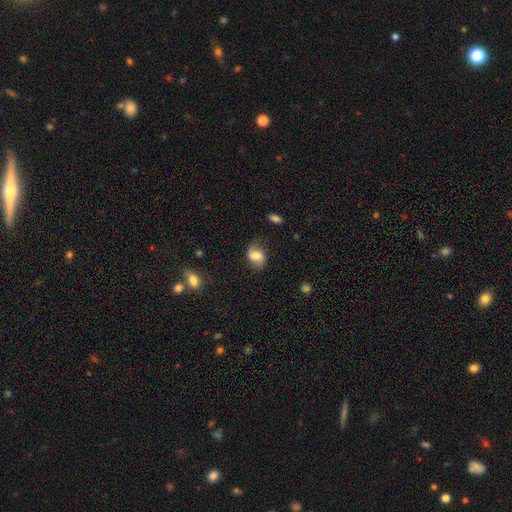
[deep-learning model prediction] Overall: smooth (67%). How rounded: in between (63%; round 35%). Merging: none (67%).